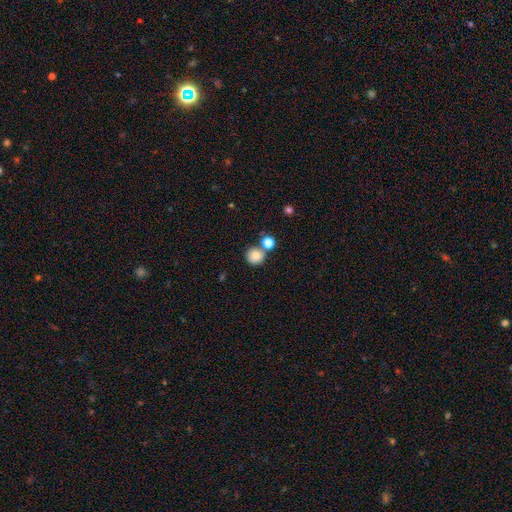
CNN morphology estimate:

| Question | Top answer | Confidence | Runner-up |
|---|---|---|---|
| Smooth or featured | smooth | 81% | star or artifact (11%) |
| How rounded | round | 91% | in between (8%) |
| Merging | none | 67% | merger (21%) |